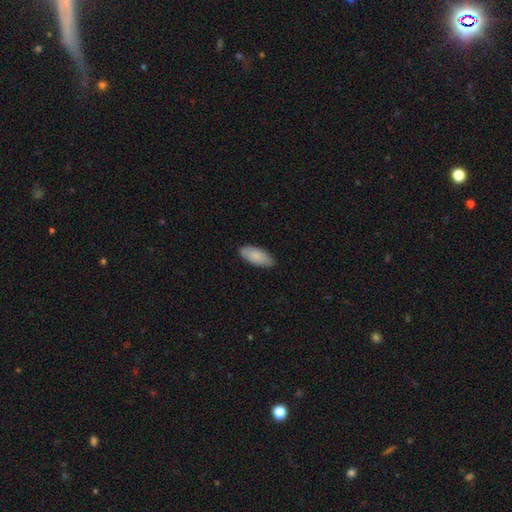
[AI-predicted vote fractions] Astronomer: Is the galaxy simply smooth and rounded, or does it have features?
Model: smooth — 86%.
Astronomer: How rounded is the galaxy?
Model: in between — 86%.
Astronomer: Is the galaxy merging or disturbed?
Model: none — 82%.